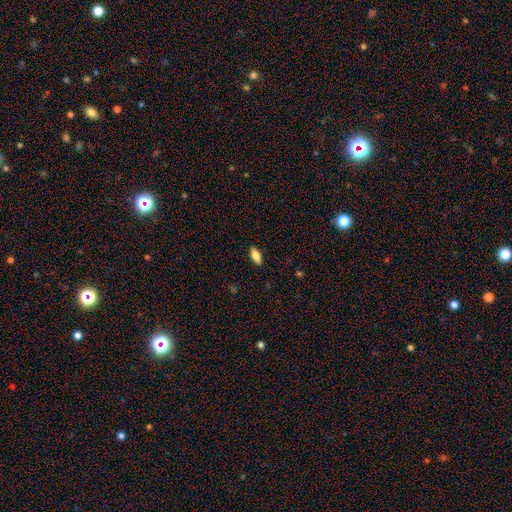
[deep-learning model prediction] A smooth galaxy with no disk features (78%) that is in between round and cigar-shaped (85%). Merging: none (89%).